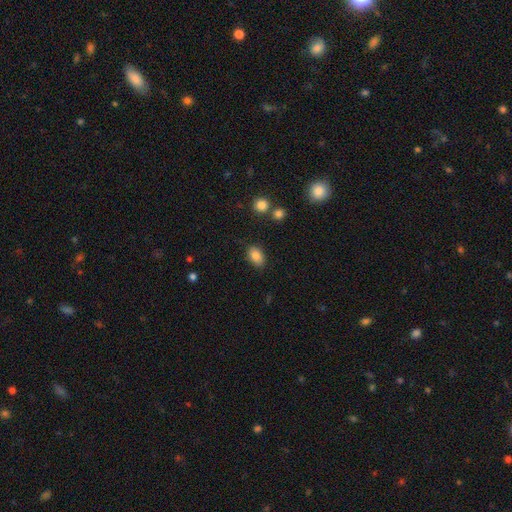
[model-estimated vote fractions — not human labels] Smooth or featured?
  - smooth: 84% *
  - star or artifact: 9%
  - featured or disk: 7%
How rounded?
  - in between: 84% *
  - round: 14%
  - cigar-shaped: 1%
Merging?
  - none: 81% *
  - minor disturbance: 13%
  - major disturbance: 3%
  - merger: 3%